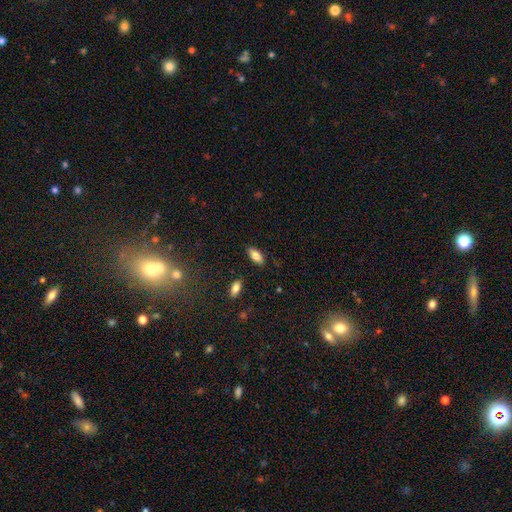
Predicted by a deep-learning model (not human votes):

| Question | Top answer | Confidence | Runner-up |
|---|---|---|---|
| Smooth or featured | smooth | 80% | featured or disk (12%) |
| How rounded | in between | 86% | cigar-shaped (12%) |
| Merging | none | 85% | minor disturbance (10%) |